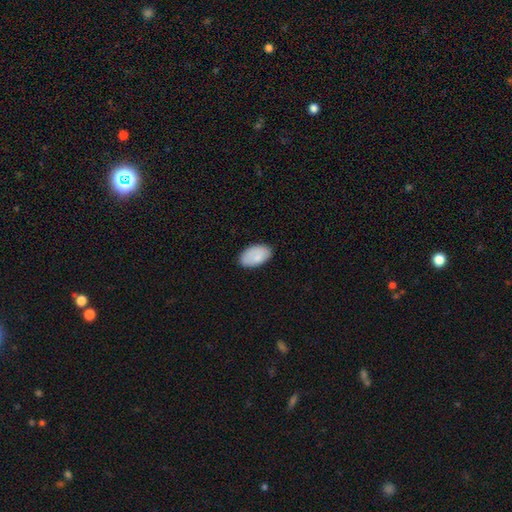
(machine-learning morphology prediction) smooth 84%, featured or disk 10%, star or artifact 6%. Down the decision tree: how rounded — in between (95%); merging — none (81%).